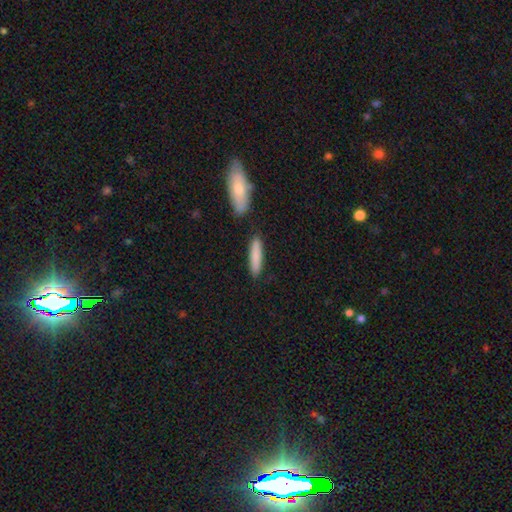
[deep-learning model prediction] Q: Smooth or featured?
A: smooth (83%); runner-up: featured or disk (11%)
Q: How rounded?
A: cigar-shaped (82%); runner-up: in between (17%)
Q: Merging?
A: none (82%); runner-up: minor disturbance (10%)